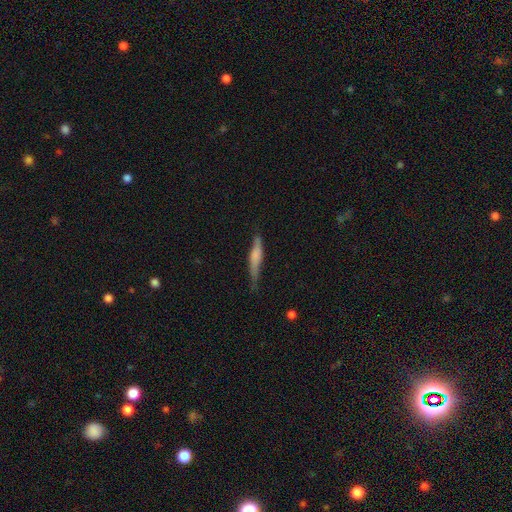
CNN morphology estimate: Smooth or featured? smooth (59%)
How rounded? cigar-shaped (86%)
Merging? none (61%)